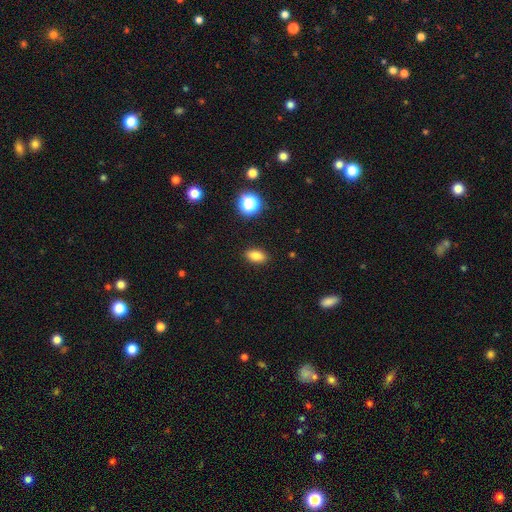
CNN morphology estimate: smooth_or_featured: smooth (p=0.84) [alt: star or artifact p=0.11]
how_rounded: in between (p=0.87) [alt: round p=0.09]
merging: none (p=0.89) [alt: minor disturbance p=0.07]